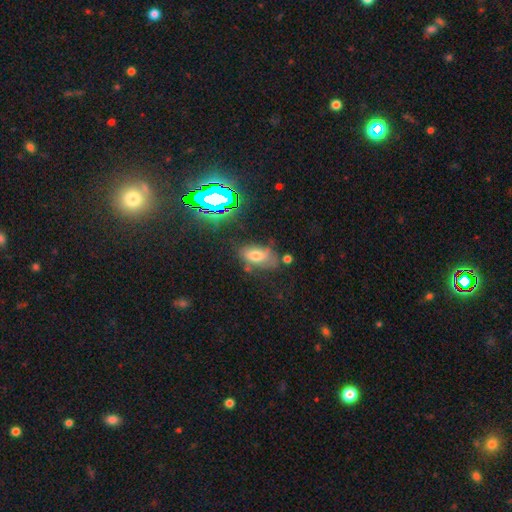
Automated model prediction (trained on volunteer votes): Smooth or featured?
  - smooth: 59% *
  - featured or disk: 20%
  - star or artifact: 20%
How rounded?
  - in between: 89% *
  - round: 6%
  - cigar-shaped: 5%
Merging?
  - none: 58% *
  - minor disturbance: 24%
  - major disturbance: 11%
  - merger: 7%